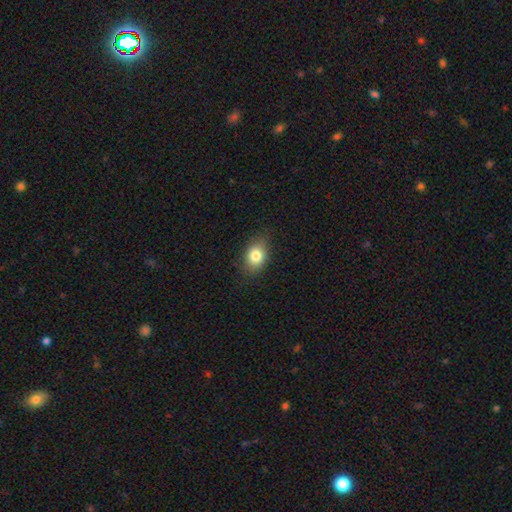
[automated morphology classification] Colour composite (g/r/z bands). It shows a smooth galaxy with no disk features (81%) that is in between round and cigar-shaped (69%). Merging: none (81%).